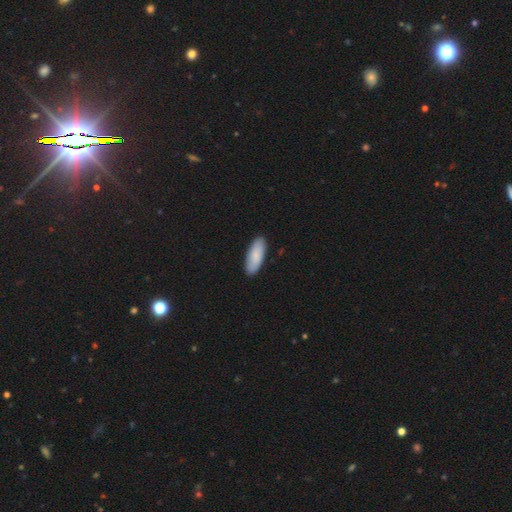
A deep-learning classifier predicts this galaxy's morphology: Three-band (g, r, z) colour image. It shows a smooth galaxy with no disk features (84%) that is in between round and cigar-shaped (75%). Merging: none (89%).